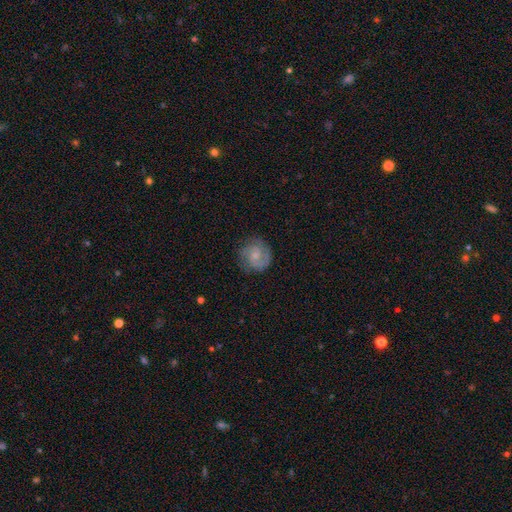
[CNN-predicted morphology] smooth_or_featured: featured or disk (p=0.73) [alt: smooth p=0.21]
disk_edge_on: no (p=0.98) [alt: yes p=0.02]
bar: no (p=0.64) [alt: weak p=0.32]
has_spiral_arms: yes (p=0.95) [alt: no p=0.05]
spiral_winding: tight (p=0.53) [alt: medium p=0.38]
spiral_arm_count: 2 (p=0.67) [alt: 3 p=0.13]
bulge_size: small (p=0.55) [alt: moderate p=0.29]
merging: none (p=0.81) [alt: minor disturbance p=0.14]